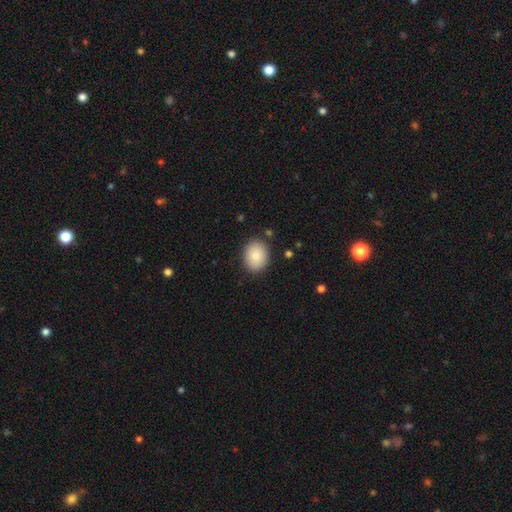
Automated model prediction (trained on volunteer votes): Smooth or featured? Predicted: smooth (p=0.86). How rounded? Predicted: round (p=0.50). Merging? Predicted: none (p=0.87).